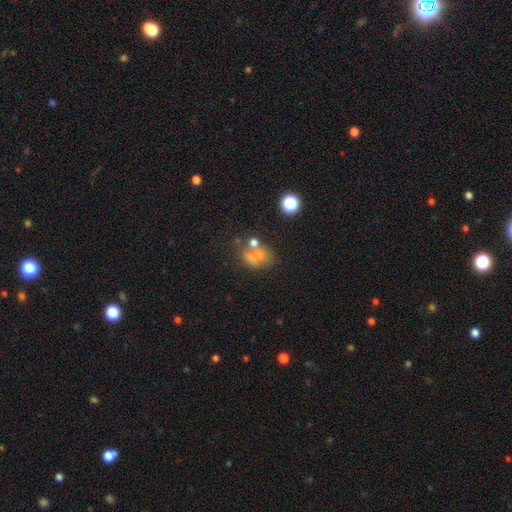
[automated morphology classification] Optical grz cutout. It shows a smooth galaxy with no disk features (52%) that is in between round and cigar-shaped (59%). Merging: none (33%).